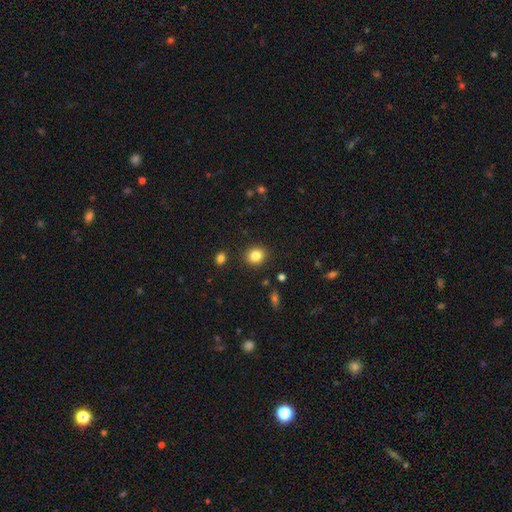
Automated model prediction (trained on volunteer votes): This appears to be a smooth galaxy with no disk features (84%) that is round (72%). Merging: none (89%).